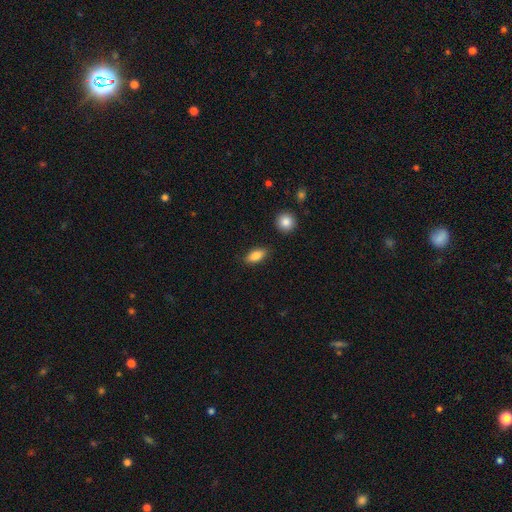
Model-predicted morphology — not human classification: A smooth galaxy with no disk features (84%) that is in between round and cigar-shaped (87%). Merging: none (85%).